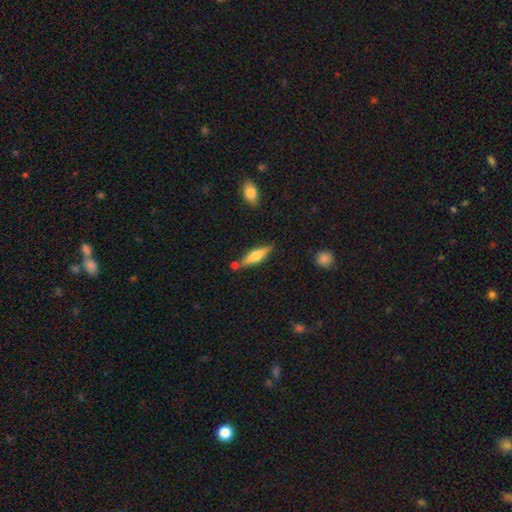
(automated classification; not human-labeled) Morphology: type=featured or disk (52%); edge-on=yes (94%); merging=none (77%).